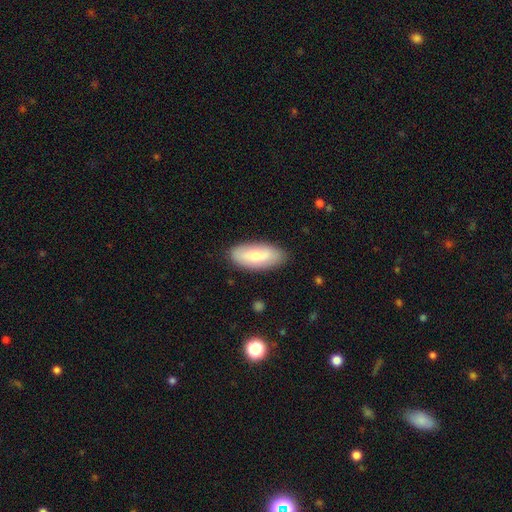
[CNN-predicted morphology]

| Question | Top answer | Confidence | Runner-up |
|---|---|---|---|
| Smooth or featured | smooth | 64% | featured or disk (29%) |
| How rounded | in between | 88% | cigar-shaped (10%) |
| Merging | none | 86% | minor disturbance (11%) |